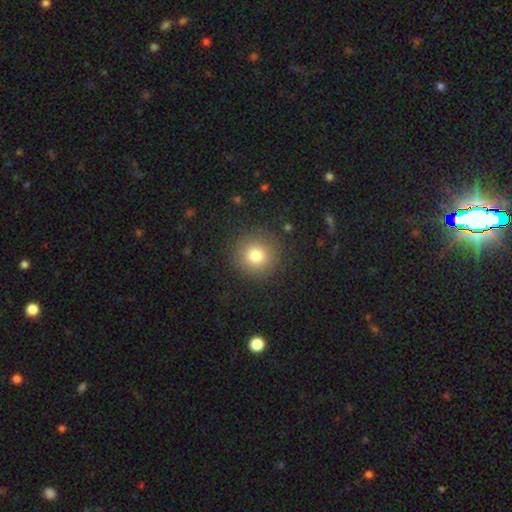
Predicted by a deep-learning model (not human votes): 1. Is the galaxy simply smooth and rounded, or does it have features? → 79% smooth, 13% star or artifact, 9% featured or disk.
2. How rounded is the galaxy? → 94% round, 5% in between, 1% cigar-shaped.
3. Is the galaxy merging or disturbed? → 89% none, 7% minor disturbance, 3% major disturbance, 1% merger.